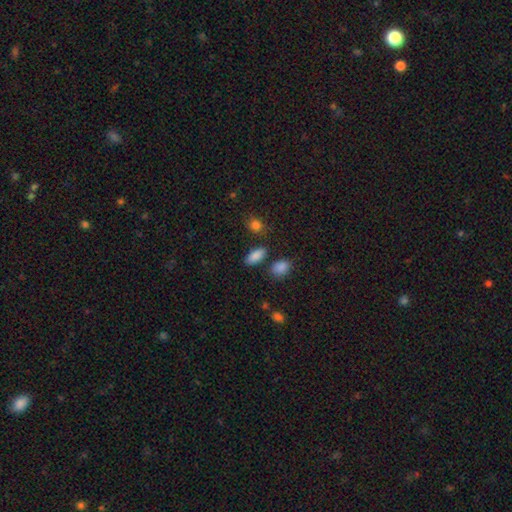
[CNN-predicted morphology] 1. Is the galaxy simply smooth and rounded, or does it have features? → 87% smooth, 9% star or artifact, 5% featured or disk.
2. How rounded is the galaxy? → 88% in between, 7% cigar-shaped, 5% round.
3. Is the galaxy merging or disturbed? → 80% none, 11% minor disturbance, 5% merger, 3% major disturbance.